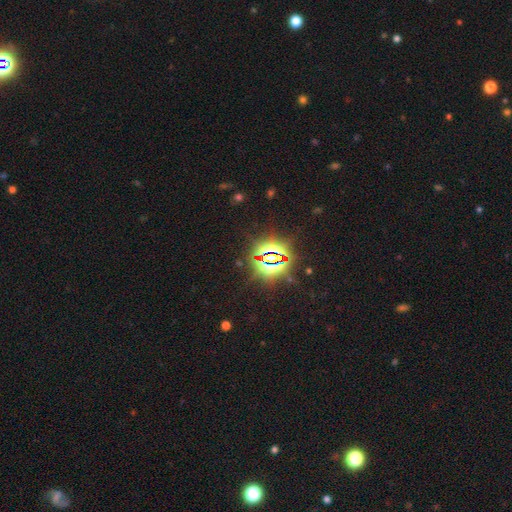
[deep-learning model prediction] Overall: star or artifact (85%).